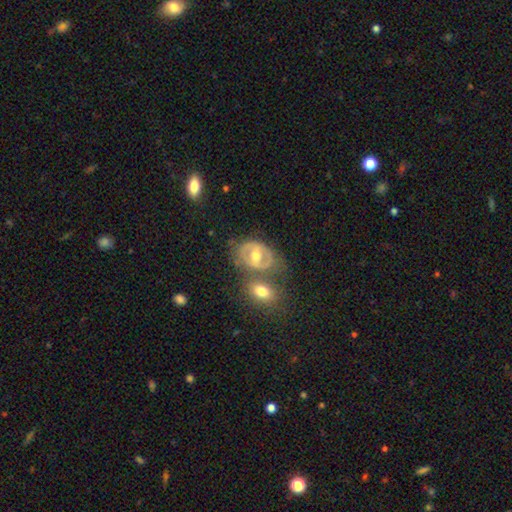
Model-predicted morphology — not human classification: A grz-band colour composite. It shows a featured or disk galaxy (67%) with no bar (45%), spiral arms (52%) and a moderate central bulge (76%). Merging: none (58%).